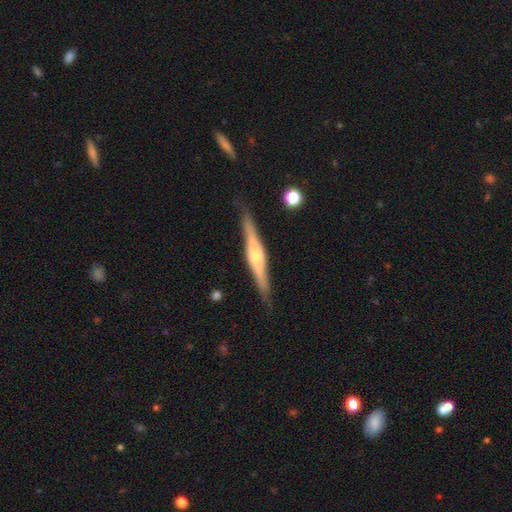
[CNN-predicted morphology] Overall: featured or disk (76%). Edge-on disk: yes (97%). Edge-on bulge: rounded (83%). Merging: none (87%).